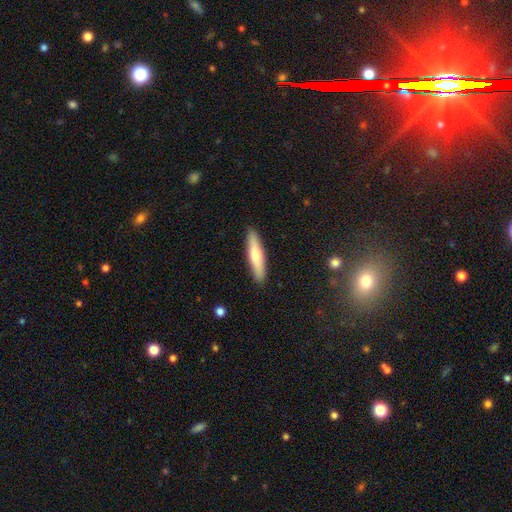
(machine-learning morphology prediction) The model was most divided on "smooth or featured": smooth: 62%, featured or disk: 32%, star or artifact: 5%. More confident: merging — none (90%); how rounded — cigar-shaped (84%).